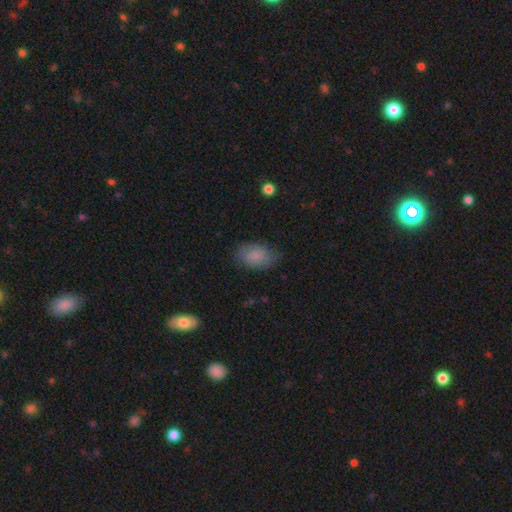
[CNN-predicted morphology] Overall: smooth (83%). How rounded: in between (87%). Merging: none (76%).